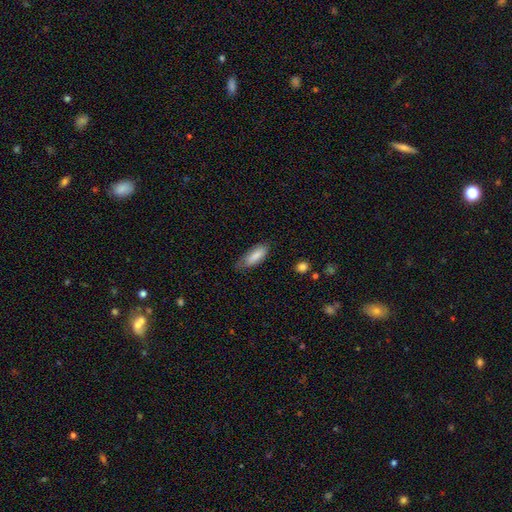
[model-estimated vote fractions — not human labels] A smooth galaxy with no disk features (81%) that is in between round and cigar-shaped (72%).

Vote fractions:
- Smooth or featured? smooth: 81% / featured or disk: 13% / star or artifact: 6%
- How rounded? in between: 72% / cigar-shaped: 26% / round: 2%
- Merging? none: 61% / minor disturbance: 30% / major disturbance: 7% / merger: 2%